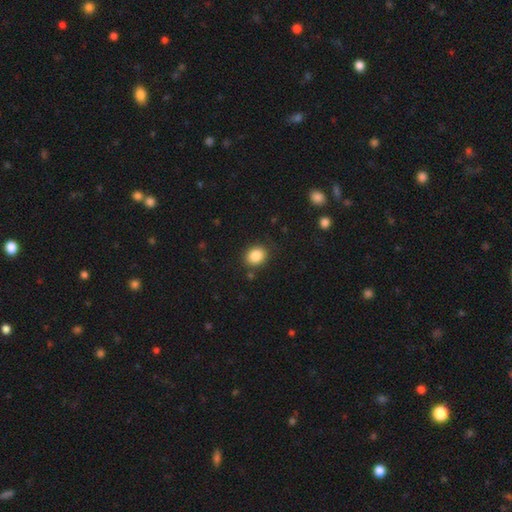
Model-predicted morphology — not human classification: Overall: smooth (86%). How rounded: round (65%; in between 34%). Merging: none (85%).